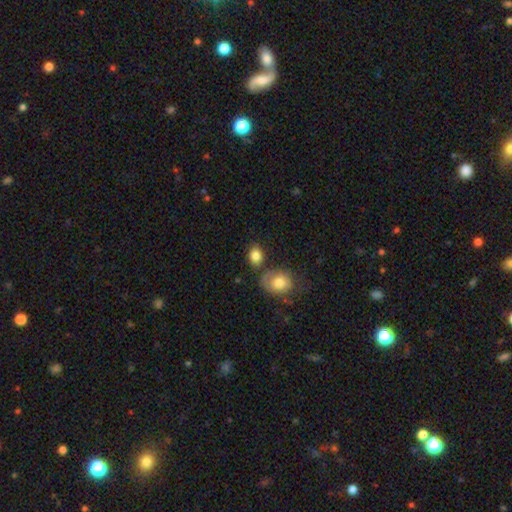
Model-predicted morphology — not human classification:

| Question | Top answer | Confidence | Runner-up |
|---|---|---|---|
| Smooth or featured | smooth | 83% | star or artifact (9%) |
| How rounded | in between | 62% | round (37%) |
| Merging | none | 64% | minor disturbance (16%) |